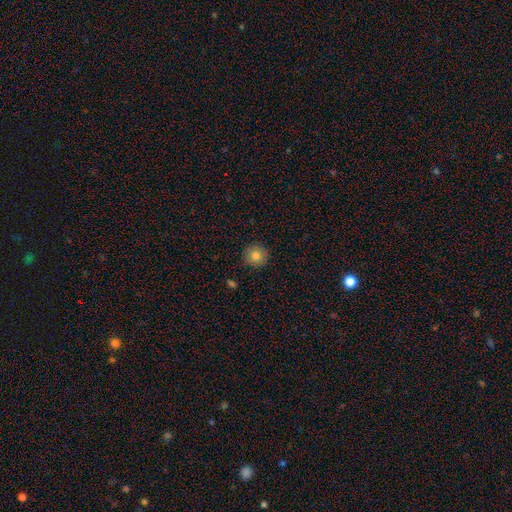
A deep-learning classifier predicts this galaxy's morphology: A smooth galaxy with no disk features (82%) that is round (94%). Merging: none (89%).